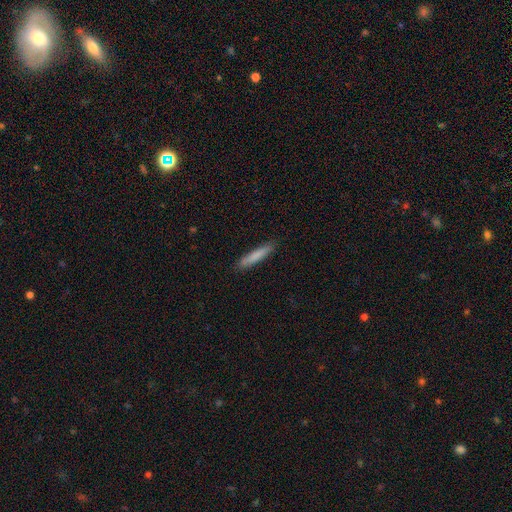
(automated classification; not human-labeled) Smooth or featured? Predicted: smooth (p=0.82). How rounded? Predicted: cigar-shaped (p=0.92). Merging? Predicted: none (p=0.88).